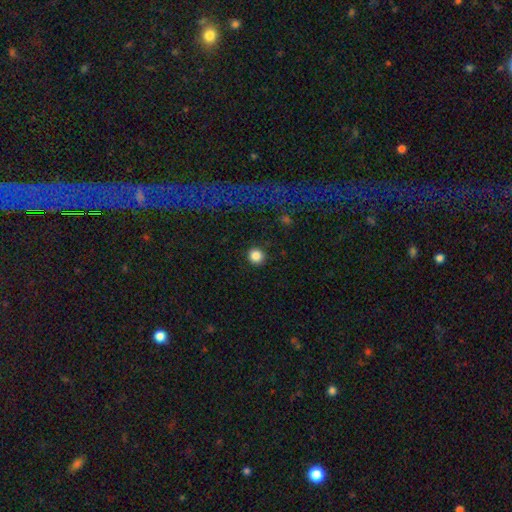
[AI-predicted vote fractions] A smooth galaxy with no disk features (85%) that is round (95%).

Vote fractions:
- Smooth or featured? smooth: 85% / star or artifact: 11% / featured or disk: 4%
- How rounded? round: 95% / in between: 4% / cigar-shaped: 1%
- Merging? none: 91% / minor disturbance: 6% / major disturbance: 2% / merger: 1%